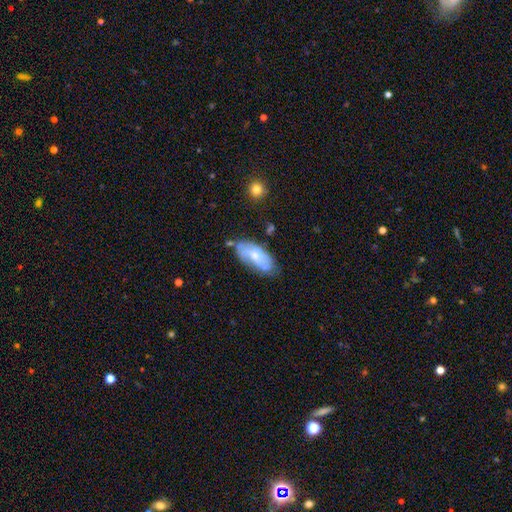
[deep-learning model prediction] Smooth or featured?
  - smooth: 47% *
  - featured or disk: 46%
  - star or artifact: 7%
Merging?
  - none: 57% *
  - minor disturbance: 28%
  - major disturbance: 8%
  - merger: 7%